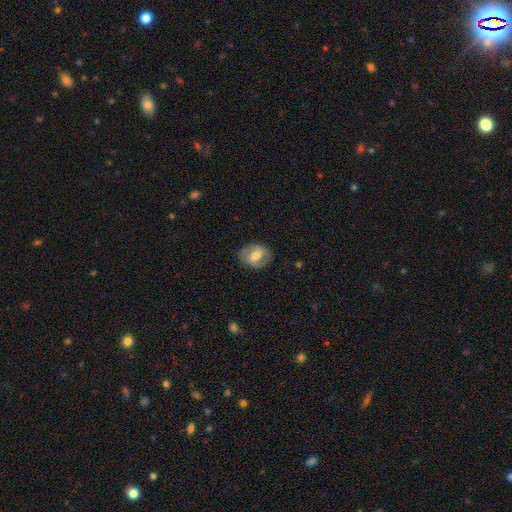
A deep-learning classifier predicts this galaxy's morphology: Q: Smooth or featured?
A: smooth (51%); runner-up: featured or disk (42%)
Q: How rounded?
A: in between (59%); runner-up: round (40%)
Q: Merging?
A: none (79%); runner-up: minor disturbance (15%)